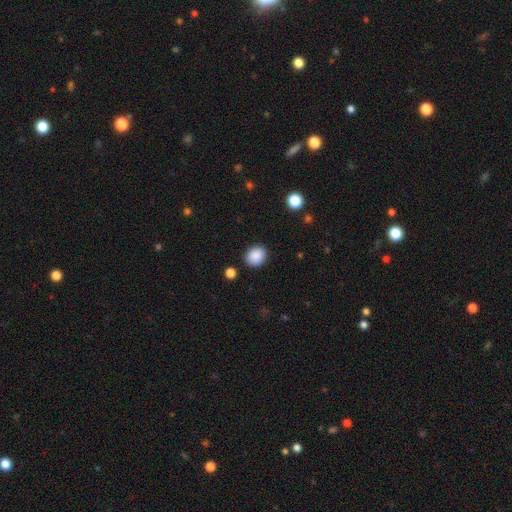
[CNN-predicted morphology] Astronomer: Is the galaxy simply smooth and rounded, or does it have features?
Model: smooth — 89%.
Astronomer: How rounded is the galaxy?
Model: round — 58% (runner-up: in between, 41%).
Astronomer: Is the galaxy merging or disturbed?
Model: none — 87%.